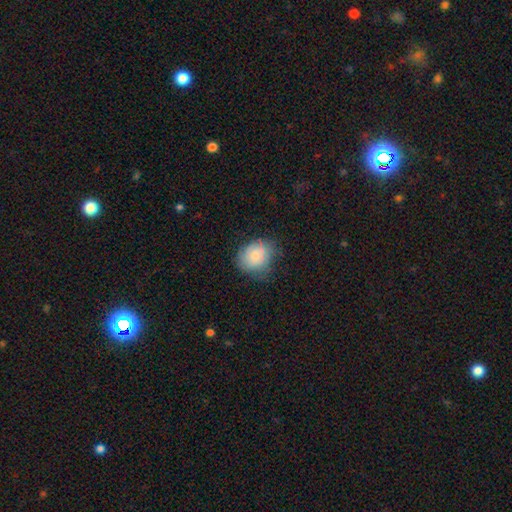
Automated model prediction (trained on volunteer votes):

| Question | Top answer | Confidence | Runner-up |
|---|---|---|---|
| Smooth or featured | smooth | 77% | featured or disk (15%) |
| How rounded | round | 63% | in between (36%) |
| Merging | none | 62% | minor disturbance (27%) |